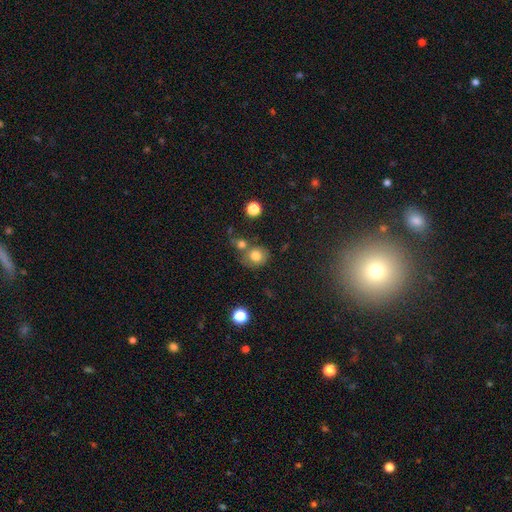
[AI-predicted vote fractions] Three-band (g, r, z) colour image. It shows a smooth galaxy with no disk features (78%) that is round (75%). Merging: none (56%).